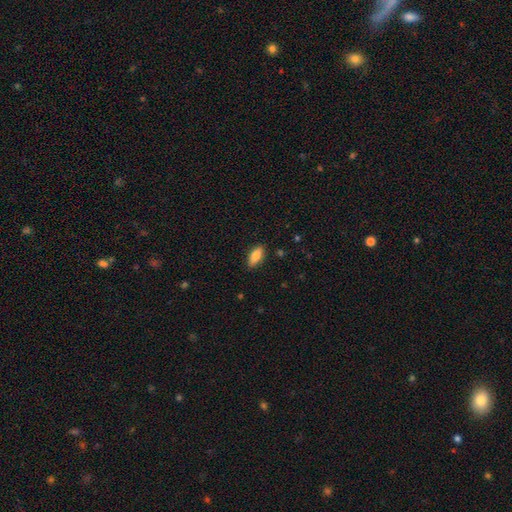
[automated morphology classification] smooth_or_featured: smooth (p=0.82) [alt: featured or disk p=0.11]
how_rounded: in between (p=0.84) [alt: cigar-shaped p=0.14]
merging: none (p=0.87) [alt: minor disturbance p=0.10]